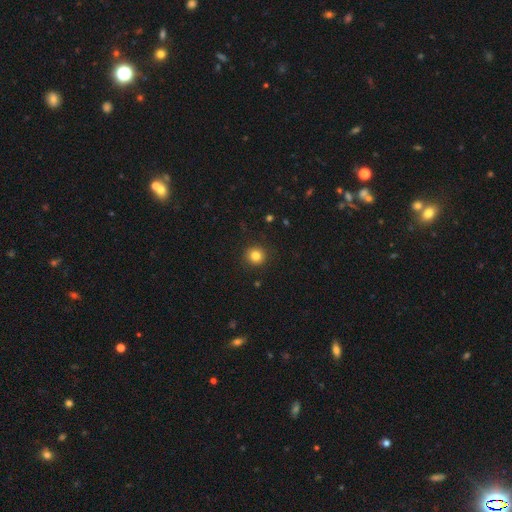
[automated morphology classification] type=smooth (83%); roundness=round (93%); merging=none (91%).